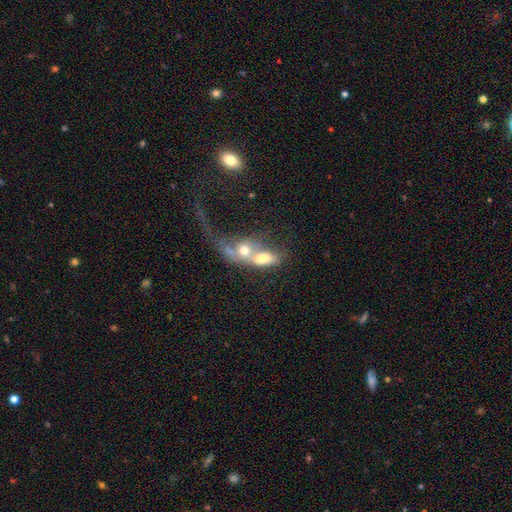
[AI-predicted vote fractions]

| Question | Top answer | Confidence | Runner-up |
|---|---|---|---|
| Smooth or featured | featured or disk | 46% | smooth (42%) |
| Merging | merger | 76% | major disturbance (12%) |